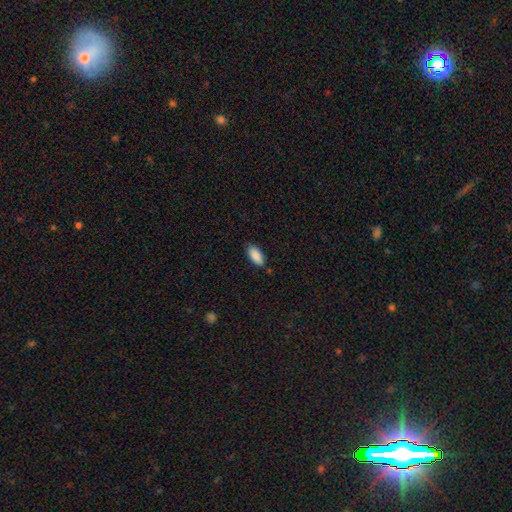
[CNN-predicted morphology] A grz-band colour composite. It shows a smooth galaxy with no disk features (89%) that is in between round and cigar-shaped (91%). Merging: none (82%).